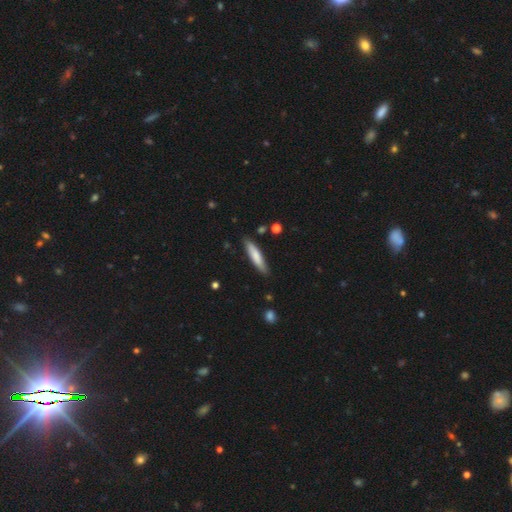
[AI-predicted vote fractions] A smooth galaxy with no disk features (74%) that is cigar-shaped (82%). Merging: none (85%).